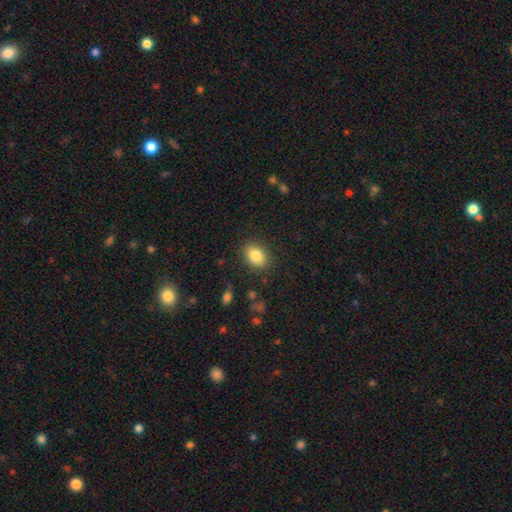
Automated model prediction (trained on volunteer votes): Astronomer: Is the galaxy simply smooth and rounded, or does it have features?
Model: smooth — 84%.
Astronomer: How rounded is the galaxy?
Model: in between — 75%.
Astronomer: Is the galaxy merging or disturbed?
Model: none — 87%.